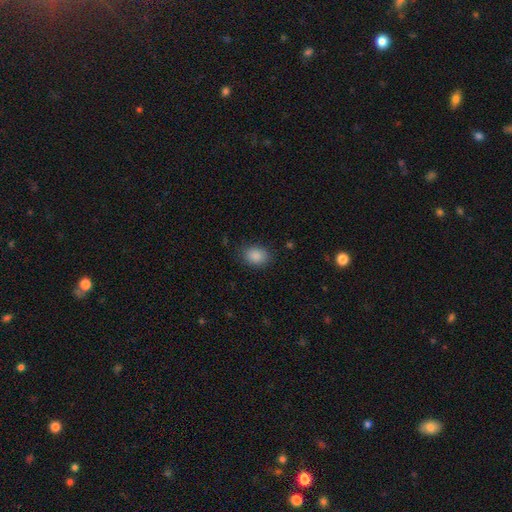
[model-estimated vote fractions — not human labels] The model was most divided on "how rounded": in between: 63%, round: 36%, cigar-shaped: 1%. More confident: smooth or featured — smooth (88%); merging — none (84%).